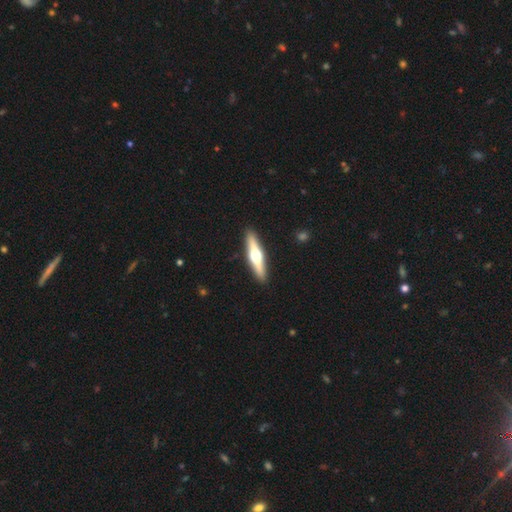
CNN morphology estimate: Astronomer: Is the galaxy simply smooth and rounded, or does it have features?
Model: featured or disk — 64%.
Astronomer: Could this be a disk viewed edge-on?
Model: yes — 97%.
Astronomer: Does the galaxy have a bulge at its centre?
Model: rounded — 95%.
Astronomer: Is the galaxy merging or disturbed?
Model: none — 92%.